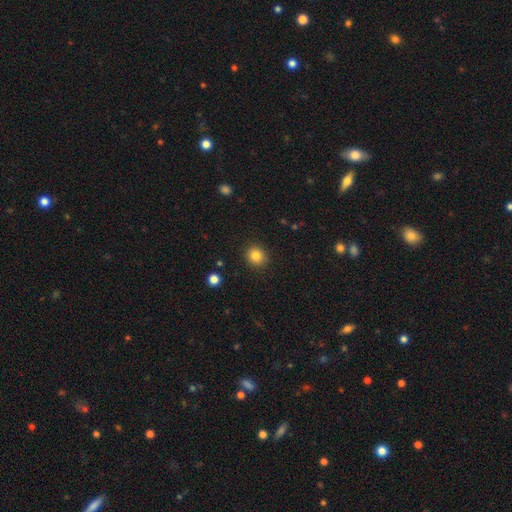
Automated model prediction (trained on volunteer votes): Smooth or featured? smooth (83%)
How rounded? round (85%)
Merging? none (90%)